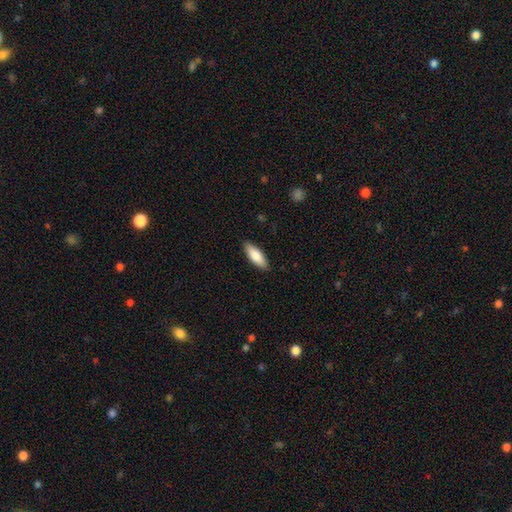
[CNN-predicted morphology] Smooth or featured: smooth — 82% (featured or disk — 12%)
How rounded: in between — 70% (cigar-shaped — 28%)
Merging: none — 88% (minor disturbance — 10%)